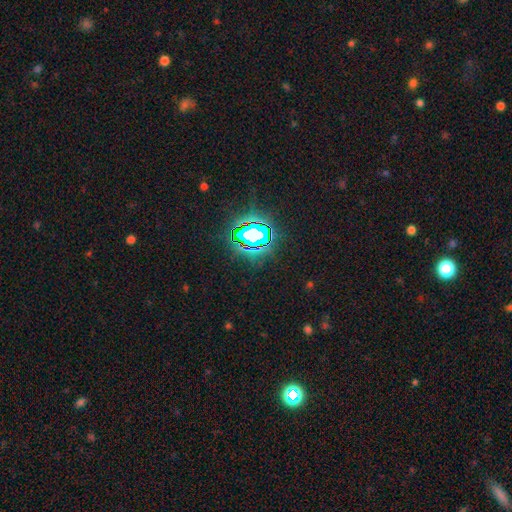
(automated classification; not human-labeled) Morphology: type=star or artifact (82%).